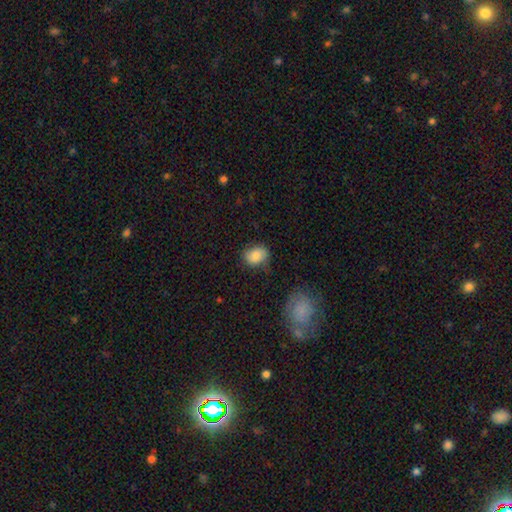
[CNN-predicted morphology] smooth-or-featured: smooth: 83% | featured or disk: 9% | star or artifact: 8%
  how-rounded: in between: 59% | round: 40% | cigar-shaped: 1%
  merging: none: 64% | minor disturbance: 26% | major disturbance: 7% | merger: 3%